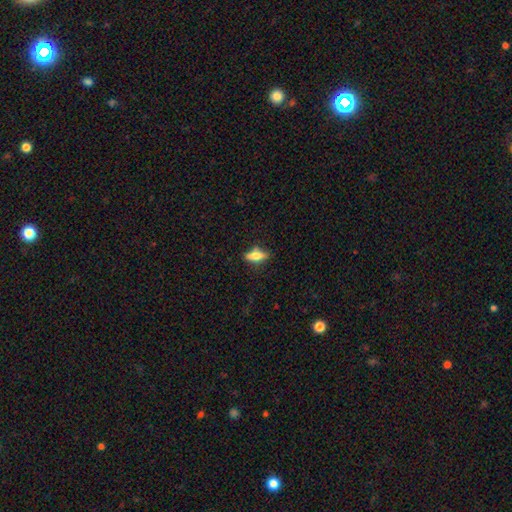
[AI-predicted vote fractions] smooth-or-featured: smooth: 58% | featured or disk: 34% | star or artifact: 8%
  how-rounded: in between: 59% | cigar-shaped: 37% | round: 4%
  merging: none: 79% | minor disturbance: 15% | major disturbance: 4% | merger: 2%